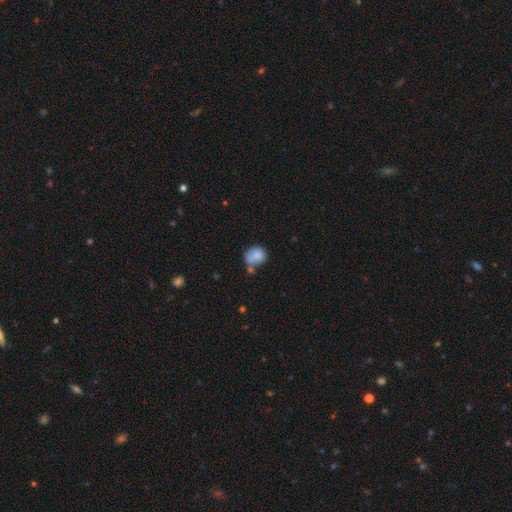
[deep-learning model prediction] Overall: smooth (80%). How rounded: round (66%; in between 33%). Merging: none (40%; merger 25%).